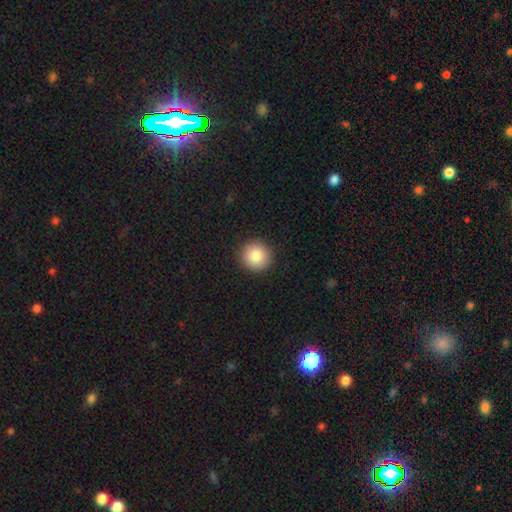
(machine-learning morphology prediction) Smooth or featured? smooth (86%)
How rounded? round (95%)
Merging? none (92%)